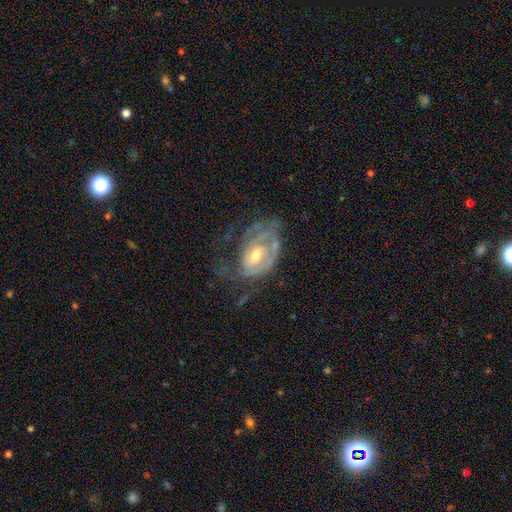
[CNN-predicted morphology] smooth_or_featured: featured or disk (p=0.74) [alt: smooth p=0.18]
disk_edge_on: no (p=0.96) [alt: yes p=0.04]
bar: no (p=0.59) [alt: weak p=0.34]
has_spiral_arms: yes (p=0.71) [alt: no p=0.29]
spiral_winding: tight (p=0.52) [alt: medium p=0.32]
spiral_arm_count: can't tell (p=0.48) [alt: 2 p=0.23]
bulge_size: moderate (p=0.59) [alt: small p=0.32]
merging: major disturbance (p=0.36) [tied with: none p=0.36]